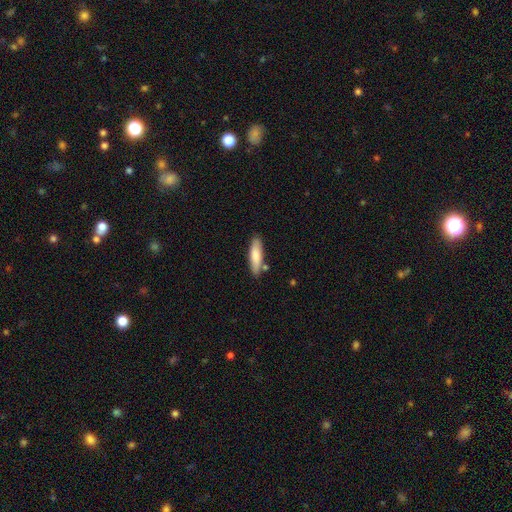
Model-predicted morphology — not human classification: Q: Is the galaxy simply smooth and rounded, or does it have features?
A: smooth — 77%.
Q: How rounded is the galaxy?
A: cigar-shaped — 65%.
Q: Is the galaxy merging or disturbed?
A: none — 78%.